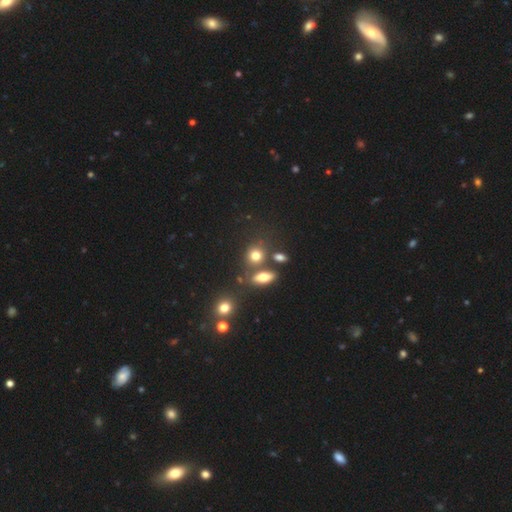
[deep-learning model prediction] The model was most divided on "merging": none: 60%, merger: 23%, minor disturbance: 12%, major disturbance: 5%. More confident: smooth or featured — smooth (74%); how rounded — round (67%).